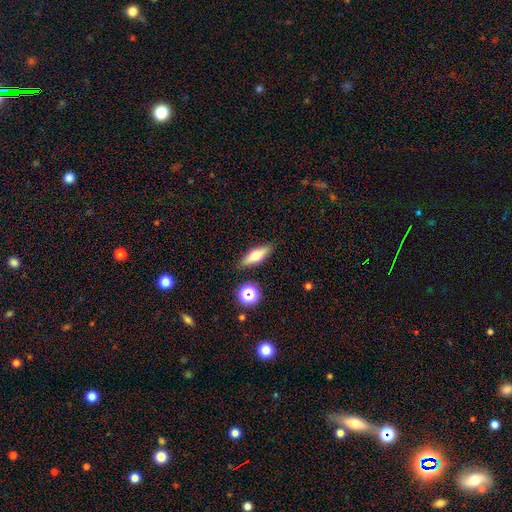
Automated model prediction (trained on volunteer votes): smooth 54%, featured or disk 37%, star or artifact 9%. Down the decision tree: how rounded — in between (49%); merging — none (85%).